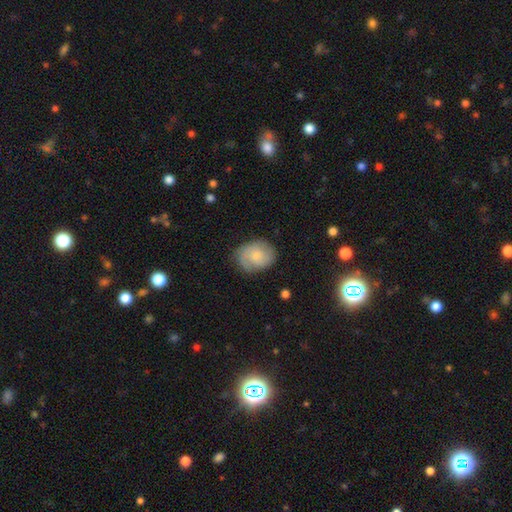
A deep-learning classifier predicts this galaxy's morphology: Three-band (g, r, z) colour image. It shows a smooth galaxy with no disk features (51%) that is in between round and cigar-shaped (51%). Merging: none (69%).